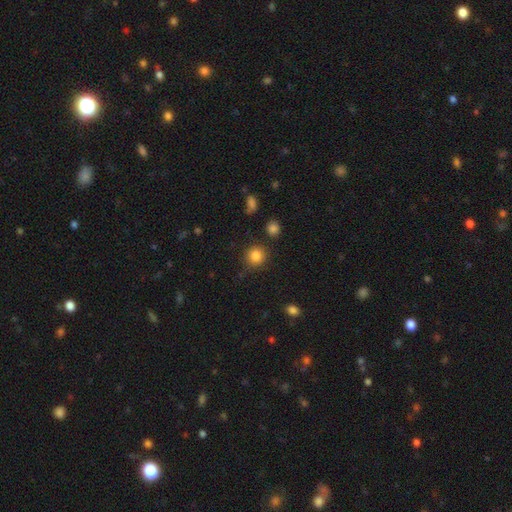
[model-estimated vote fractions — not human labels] Overall: smooth (85%). How rounded: round (91%). Merging: none (85%).